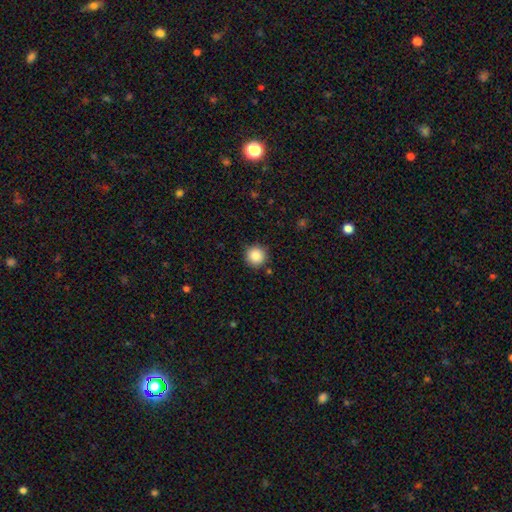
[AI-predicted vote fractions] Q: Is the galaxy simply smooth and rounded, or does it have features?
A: smooth — 87%.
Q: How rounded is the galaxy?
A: round — 95%.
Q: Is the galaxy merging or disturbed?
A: none — 90%.